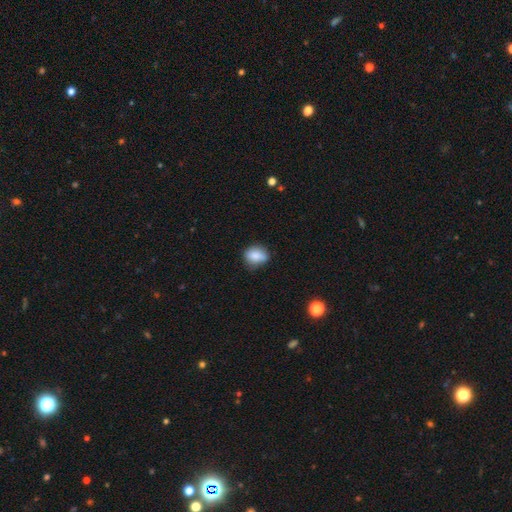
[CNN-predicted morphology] type=smooth (85%); roundness=in between (59%); merging=none (67%).